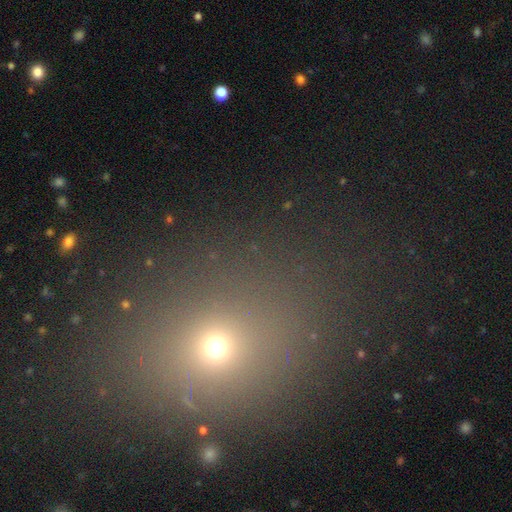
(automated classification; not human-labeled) Smooth or featured?
  - smooth: 55% *
  - star or artifact: 34%
  - featured or disk: 11%
How rounded?
  - round: 52% *
  - in between: 46%
  - cigar-shaped: 2%
Merging?
  - none: 82% *
  - minor disturbance: 10%
  - major disturbance: 5%
  - merger: 4%